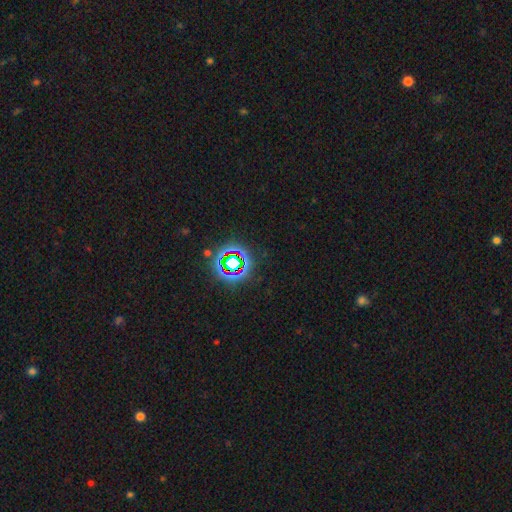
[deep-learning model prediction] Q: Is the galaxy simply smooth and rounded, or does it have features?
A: star or artifact — 74%.